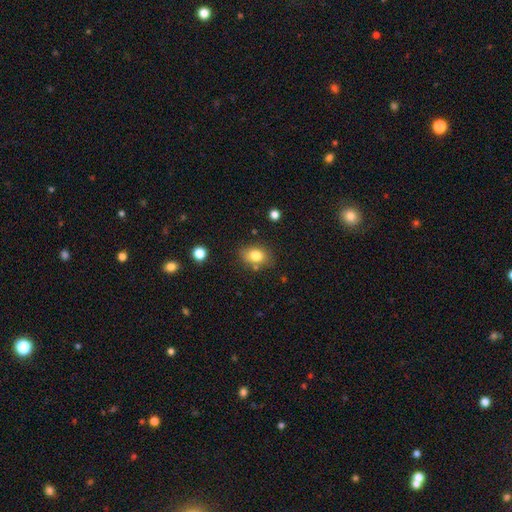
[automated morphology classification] Smooth or featured? Predicted: smooth (p=0.79). How rounded? Predicted: in between (p=0.70). Merging? Predicted: none (p=0.74).